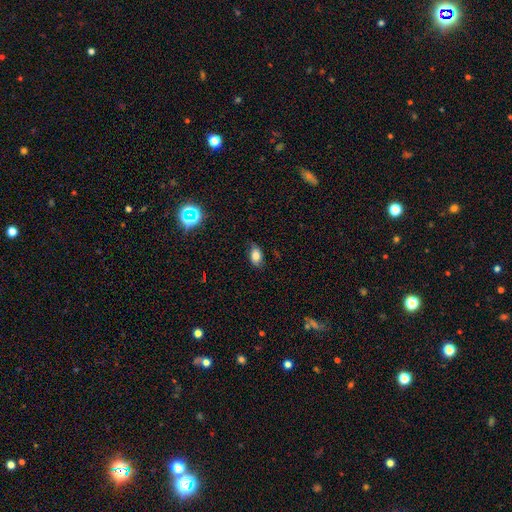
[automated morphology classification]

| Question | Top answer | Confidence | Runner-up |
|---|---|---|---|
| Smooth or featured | smooth | 76% | featured or disk (13%) |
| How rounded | in between | 88% | round (11%) |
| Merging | none | 76% | minor disturbance (18%) |